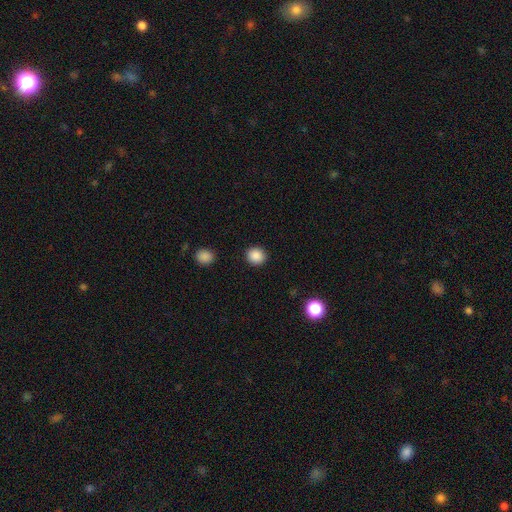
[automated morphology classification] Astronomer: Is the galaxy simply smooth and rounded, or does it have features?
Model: smooth — 88%.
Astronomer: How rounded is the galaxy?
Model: round — 84%.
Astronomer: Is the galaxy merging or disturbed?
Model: none — 91%.